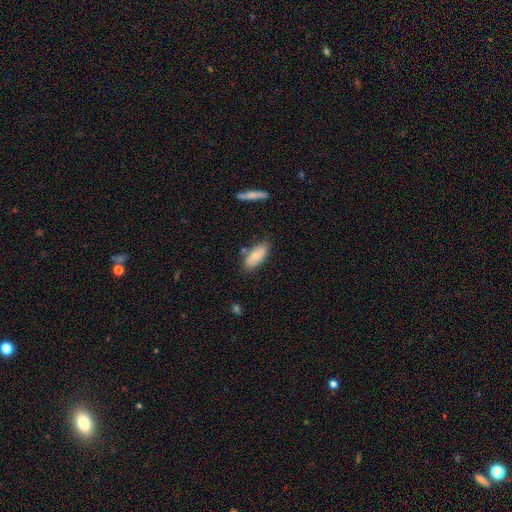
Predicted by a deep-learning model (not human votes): Smooth or featured? Predicted: smooth (p=0.78). How rounded? Predicted: in between (p=0.86). Merging? Predicted: none (p=0.75).